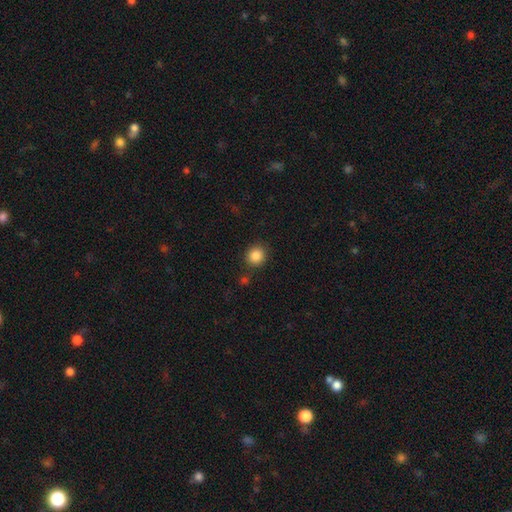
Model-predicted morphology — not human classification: Smooth or featured? Predicted: smooth (p=0.87). How rounded? Predicted: round (p=0.87). Merging? Predicted: none (p=0.84).